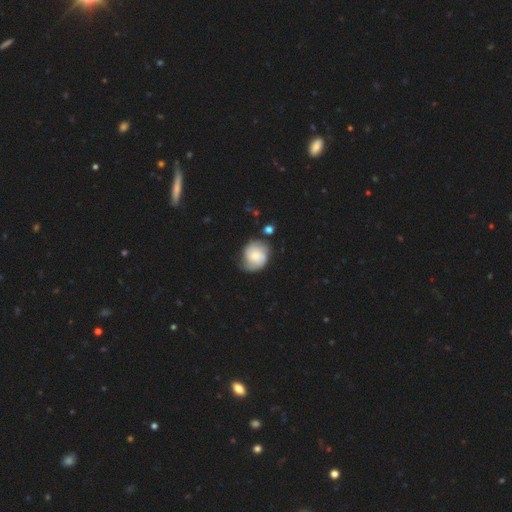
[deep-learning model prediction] featured or disk 50%, smooth 43%, star or artifact 7%. Down the decision tree: edge-on disk — no (97%); merging — none (59%).